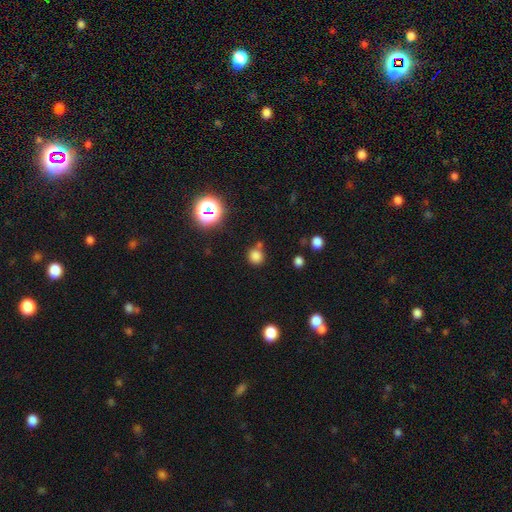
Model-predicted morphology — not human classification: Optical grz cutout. It shows a smooth galaxy with no disk features (77%) that is round (89%). Merging: none (72%).